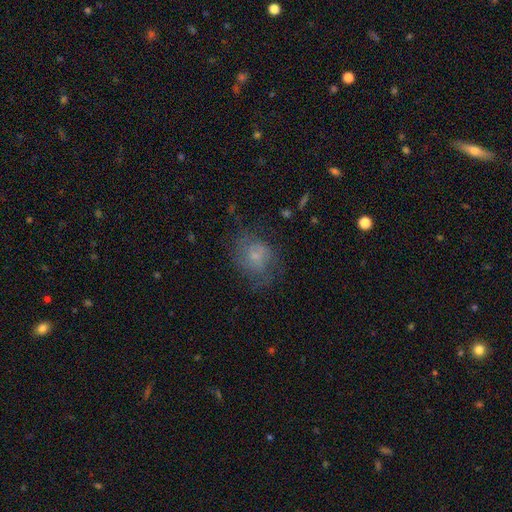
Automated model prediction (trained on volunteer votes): Smooth or featured: smooth — 54% (featured or disk — 34%)
How rounded: round — 60% (in between — 38%)
Merging: none — 56% (minor disturbance — 24%)